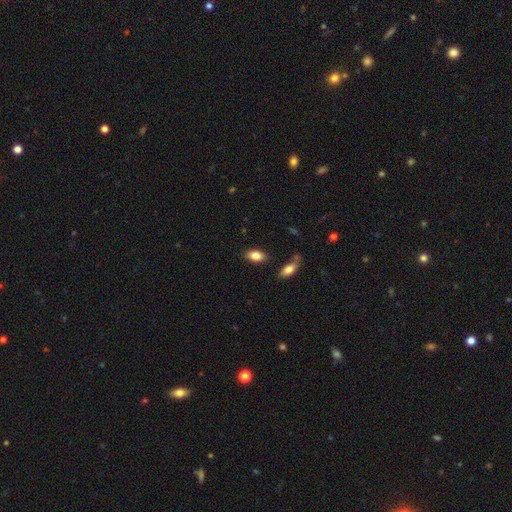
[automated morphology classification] smooth_or_featured: smooth (p=0.85) [alt: featured or disk p=0.08]
how_rounded: in between (p=0.90) [alt: round p=0.06]
merging: none (p=0.84) [alt: minor disturbance p=0.10]